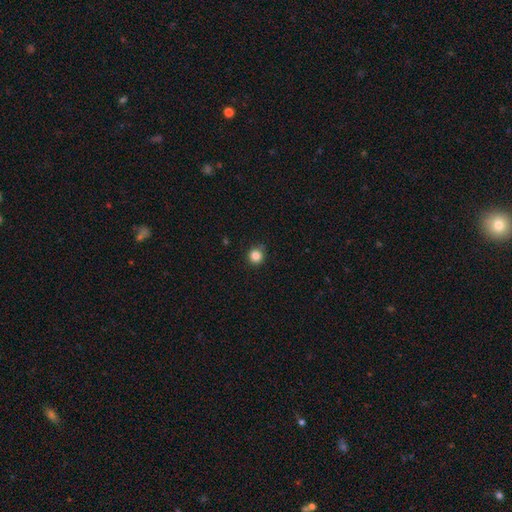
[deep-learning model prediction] smooth-or-featured: smooth: 84% | star or artifact: 12% | featured or disk: 4%
  how-rounded: round: 92% | in between: 7% | cigar-shaped: 1%
  merging: none: 88% | minor disturbance: 9% | major disturbance: 2% | merger: 1%